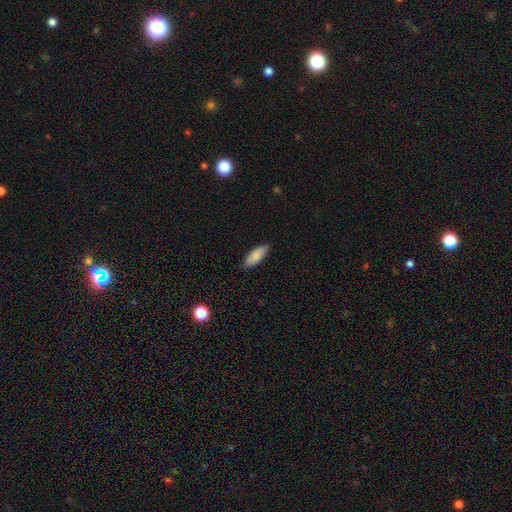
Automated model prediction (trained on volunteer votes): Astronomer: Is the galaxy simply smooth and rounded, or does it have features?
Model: smooth — 83%.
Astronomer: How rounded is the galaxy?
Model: in between — 69%.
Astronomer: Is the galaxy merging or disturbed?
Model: none — 86%.